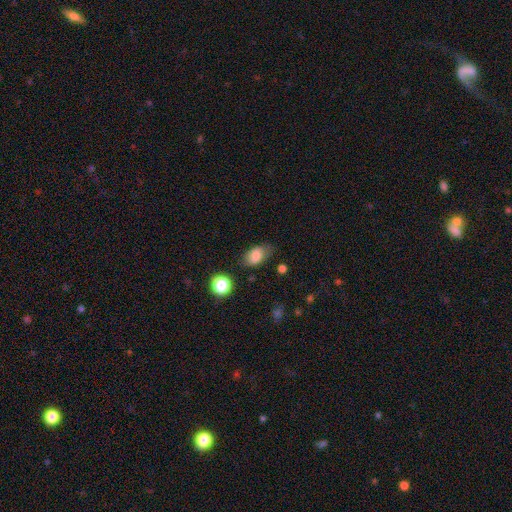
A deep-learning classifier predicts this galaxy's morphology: Smooth or featured? smooth (81%)
How rounded? in between (87%)
Merging? none (70%)